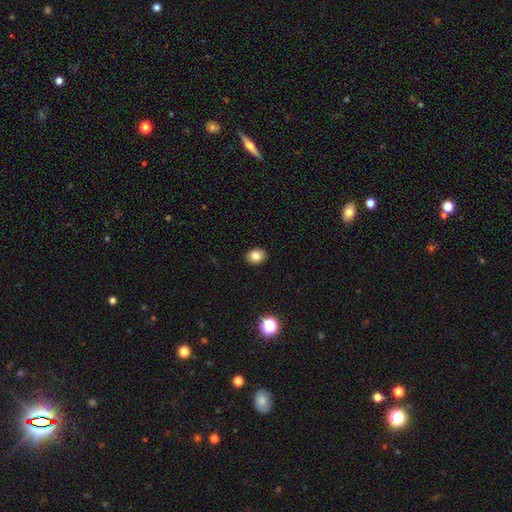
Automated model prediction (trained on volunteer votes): Smooth or featured? Predicted: smooth (p=0.82). How rounded? Predicted: round (p=0.52). Merging? Predicted: none (p=0.91).